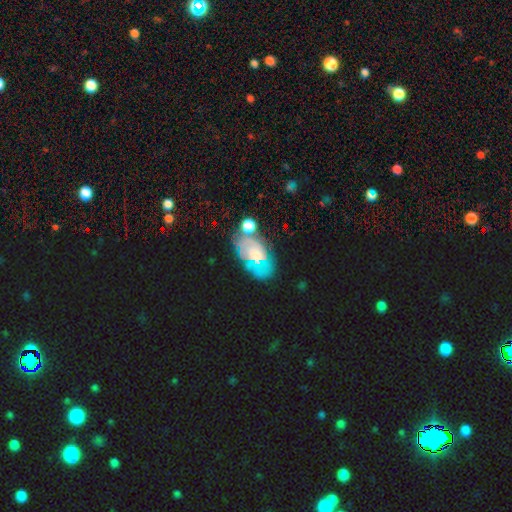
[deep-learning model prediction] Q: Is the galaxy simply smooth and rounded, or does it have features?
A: featured or disk — 53%.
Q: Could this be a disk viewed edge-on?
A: no — 94%.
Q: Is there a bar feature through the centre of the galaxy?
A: no — 73%.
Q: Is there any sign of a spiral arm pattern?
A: yes — 65%.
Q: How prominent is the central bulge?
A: small — 38%.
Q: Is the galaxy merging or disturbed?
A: none — 60%.